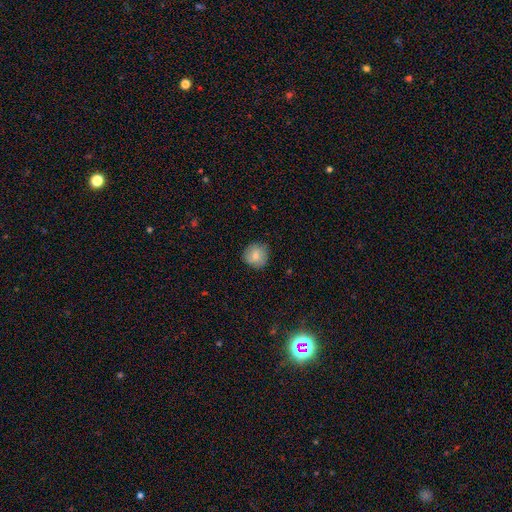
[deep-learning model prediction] This appears to be a smooth galaxy with no disk features (79%) that is round (90%). Merging: none (83%).